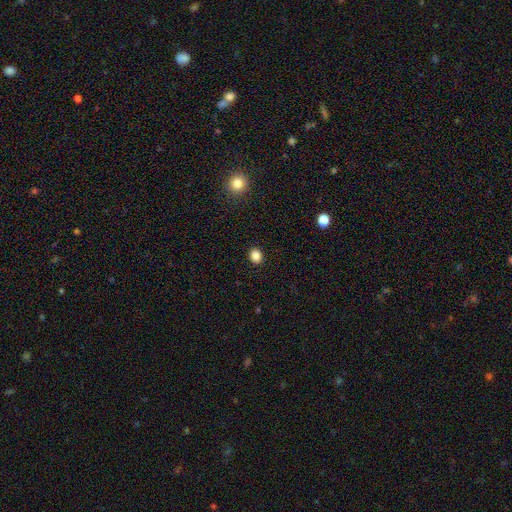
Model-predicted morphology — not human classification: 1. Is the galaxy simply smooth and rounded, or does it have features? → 85% smooth, 11% star or artifact, 4% featured or disk.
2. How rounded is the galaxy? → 60% round, 39% in between, 1% cigar-shaped.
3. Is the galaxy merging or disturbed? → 91% none, 6% minor disturbance, 2% major disturbance, 1% merger.